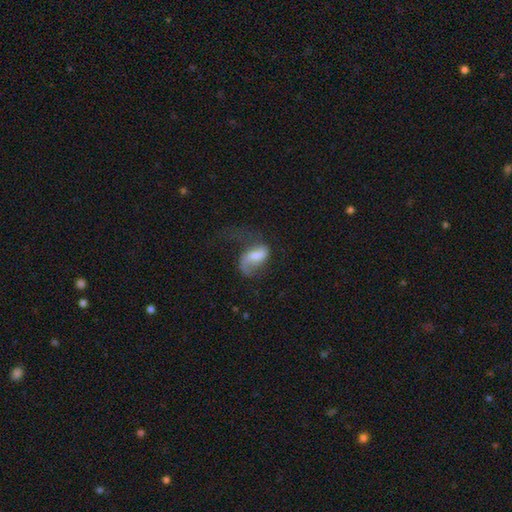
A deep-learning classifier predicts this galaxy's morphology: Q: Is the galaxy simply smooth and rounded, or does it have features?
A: featured or disk — 53%.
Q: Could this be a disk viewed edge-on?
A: no — 95%.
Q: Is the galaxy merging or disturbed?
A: major disturbance — 50%.